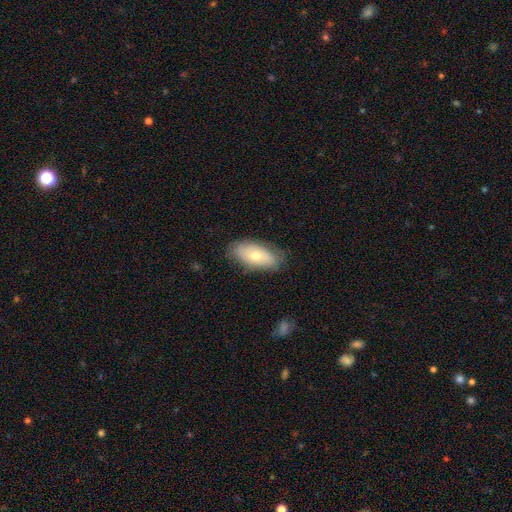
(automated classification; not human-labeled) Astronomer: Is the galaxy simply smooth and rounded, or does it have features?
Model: smooth — 62%.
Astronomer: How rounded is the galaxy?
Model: in between — 88%.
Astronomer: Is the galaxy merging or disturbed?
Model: none — 77%.